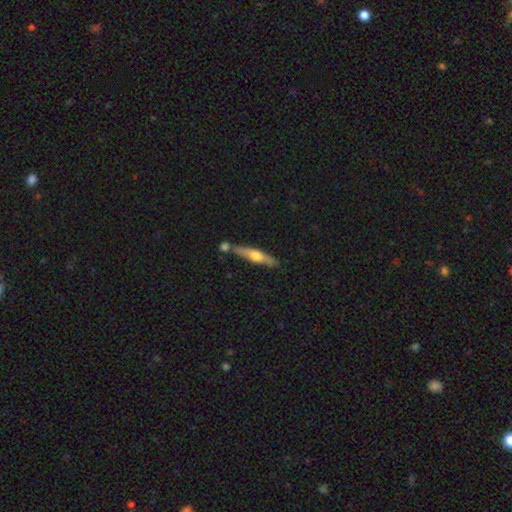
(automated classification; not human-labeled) Overall: featured or disk (50%; smooth 44%). Edge-on disk: yes (89%). Merging: none (70%).